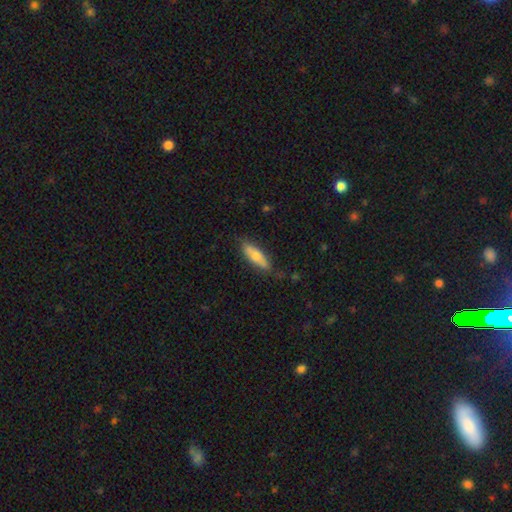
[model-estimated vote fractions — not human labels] A smooth galaxy with no disk features (64%) that is cigar-shaped (55%). Merging: none (78%).